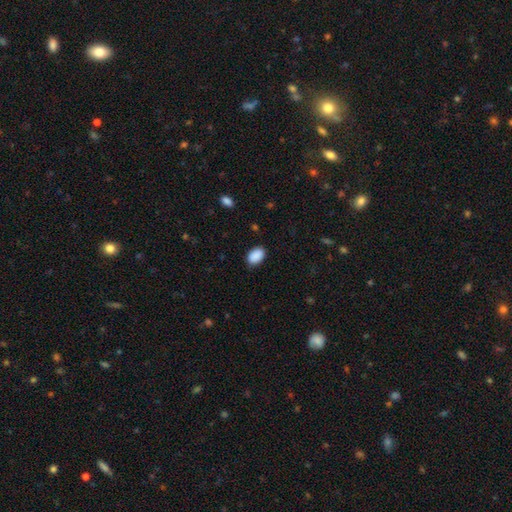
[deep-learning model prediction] Overall: smooth (90%). How rounded: in between (88%). Merging: none (86%).